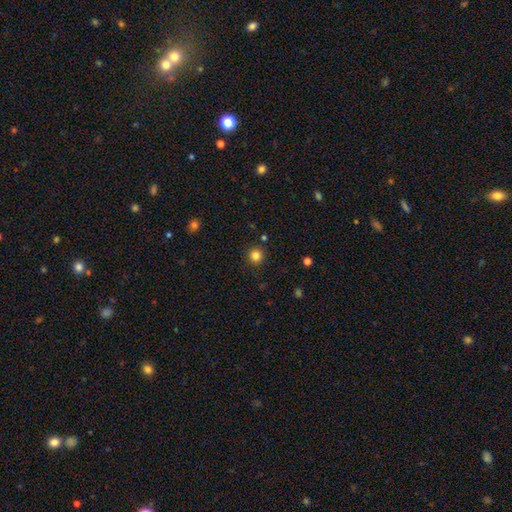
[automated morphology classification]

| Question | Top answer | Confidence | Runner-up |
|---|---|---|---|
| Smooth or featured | smooth | 83% | star or artifact (12%) |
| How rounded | round | 94% | in between (5%) |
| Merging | none | 90% | minor disturbance (6%) |